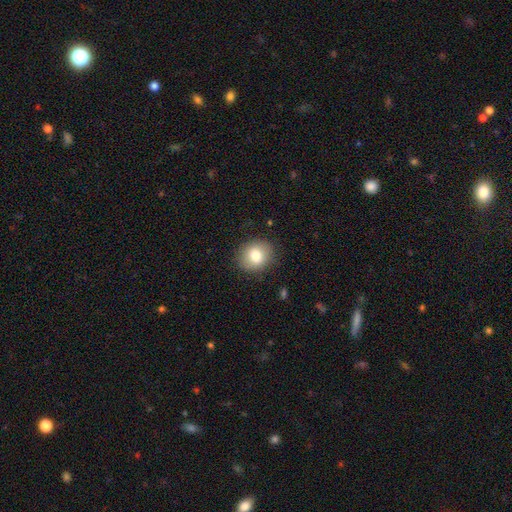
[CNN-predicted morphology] A smooth galaxy with no disk features (79%) that is round (70%).

Vote fractions:
- Smooth or featured? smooth: 79% / featured or disk: 12% / star or artifact: 9%
- How rounded? round: 70% / in between: 29% / cigar-shaped: 1%
- Merging? none: 87% / minor disturbance: 9% / major disturbance: 3% / merger: 1%